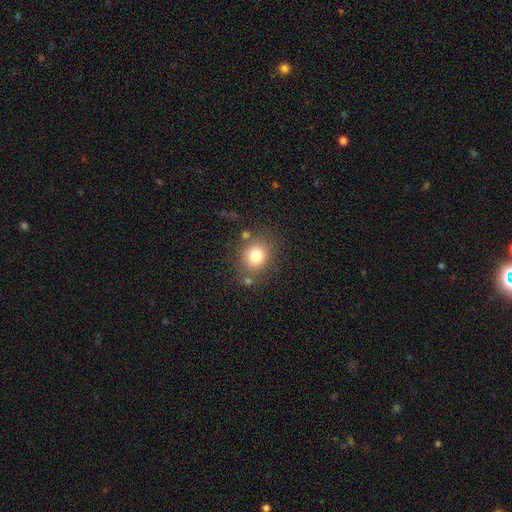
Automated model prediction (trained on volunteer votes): Overall: smooth (78%). How rounded: round (75%). Merging: none (75%).